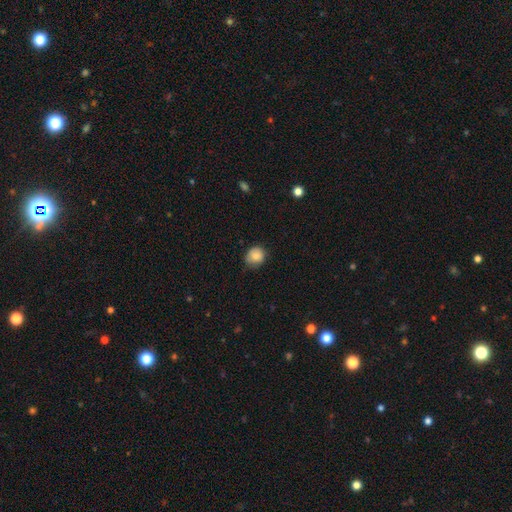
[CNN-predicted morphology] smooth-or-featured: smooth: 80% | featured or disk: 11% | star or artifact: 9%
  how-rounded: round: 74% | in between: 26% | cigar-shaped: 1%
  merging: none: 69% | minor disturbance: 25% | major disturbance: 4% | merger: 1%